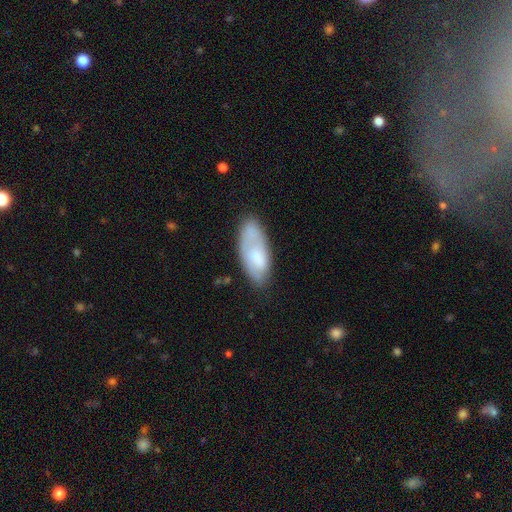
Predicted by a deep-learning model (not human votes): smooth 62%, featured or disk 31%, star or artifact 7%. Down the decision tree: how rounded — in between (82%); merging — none (61%).